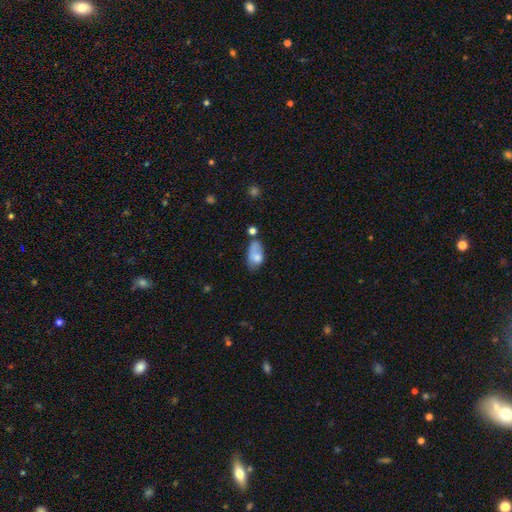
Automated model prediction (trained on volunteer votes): smooth-or-featured: smooth: 72% | featured or disk: 19% | star or artifact: 8%
  how-rounded: in between: 90% | round: 7% | cigar-shaped: 3%
  merging: none: 36% | minor disturbance: 30% | merger: 17% | major disturbance: 16%